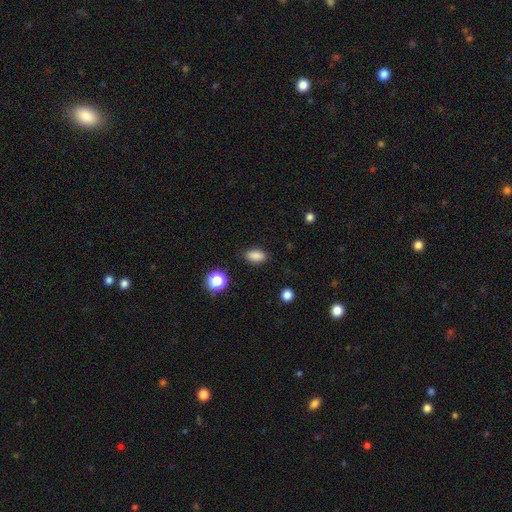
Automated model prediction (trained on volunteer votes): This appears to be a smooth galaxy with no disk features (86%) that is in between round and cigar-shaped (87%). Merging: none (87%).